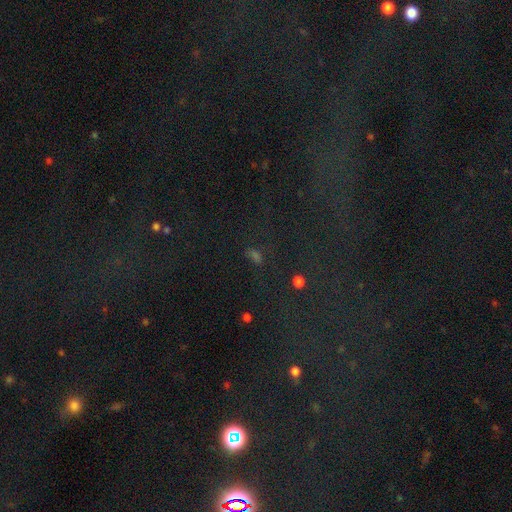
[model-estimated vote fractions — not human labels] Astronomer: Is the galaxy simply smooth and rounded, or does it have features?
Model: star or artifact — 50% (runner-up: smooth, 38%).